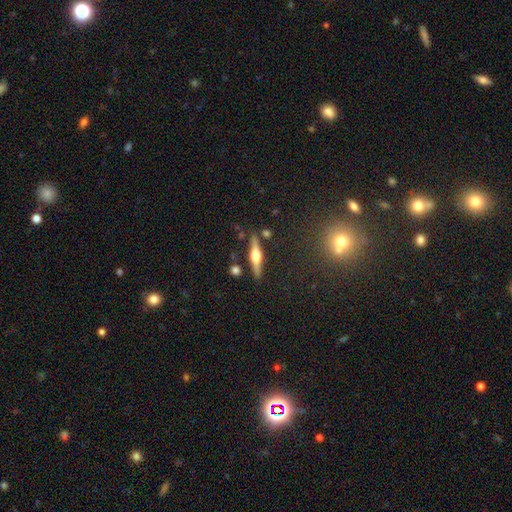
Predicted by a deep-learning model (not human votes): smooth-or-featured: featured or disk: 69% | smooth: 24% | star or artifact: 7%
  disk-edge-on: yes: 96% | no: 4%
    edge-on-bulge: rounded: 94% | boxy: 4% | none: 2%
  merging: none: 84% | minor disturbance: 9% | merger: 5% | major disturbance: 2%